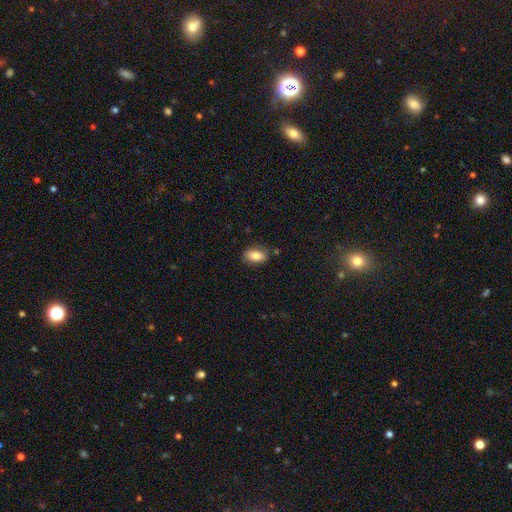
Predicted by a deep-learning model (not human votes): Smooth or featured: smooth — 80% (featured or disk — 12%)
How rounded: in between — 90% (round — 6%)
Merging: none — 81% (minor disturbance — 14%)